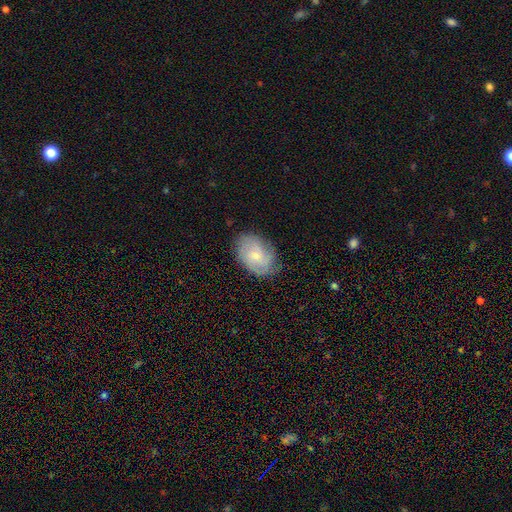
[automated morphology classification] Smooth or featured? Predicted: featured or disk (p=0.50). Edge-on disk? Predicted: no (p=0.96). Merging? Predicted: none (p=0.75).